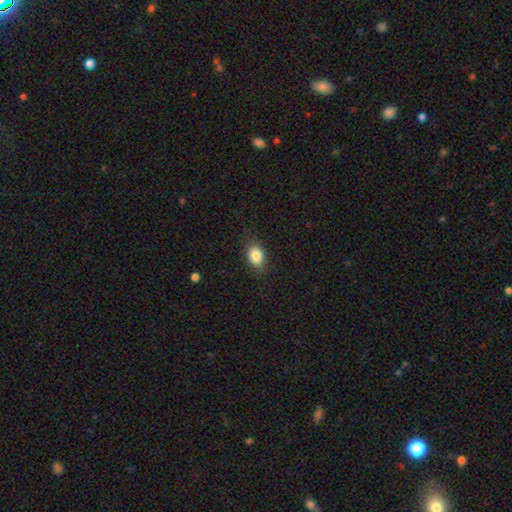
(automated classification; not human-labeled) A smooth galaxy with no disk features (85%) that is in between round and cigar-shaped (78%).

Vote fractions:
- Smooth or featured? smooth: 85% / star or artifact: 9% / featured or disk: 6%
- How rounded? in between: 78% / round: 20% / cigar-shaped: 2%
- Merging? none: 83% / minor disturbance: 13% / major disturbance: 3% / merger: 1%